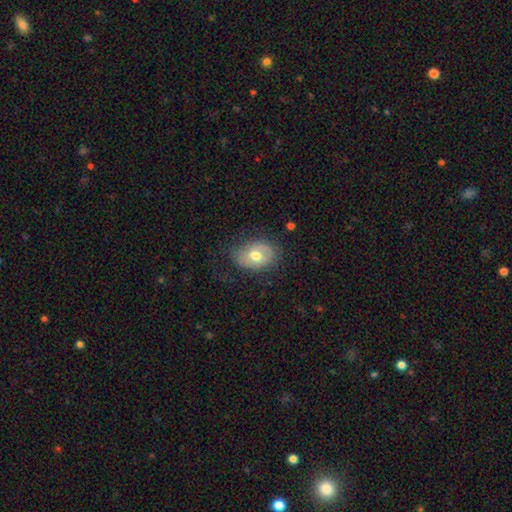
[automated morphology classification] A smooth galaxy with no disk features (54%) that is in between round and cigar-shaped (74%). Merging: none (66%).